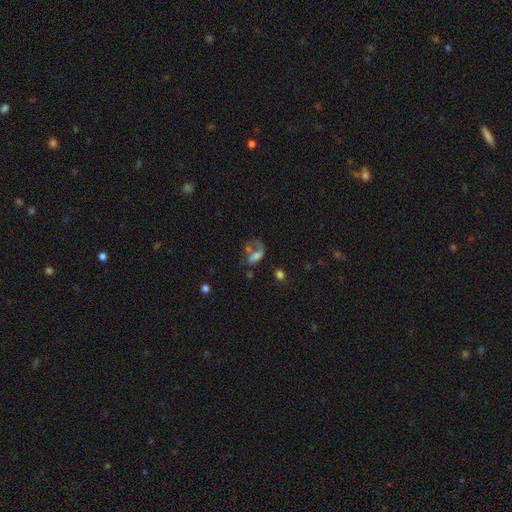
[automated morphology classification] A smooth galaxy with no disk features (44%). Merging: major disturbance (43%).